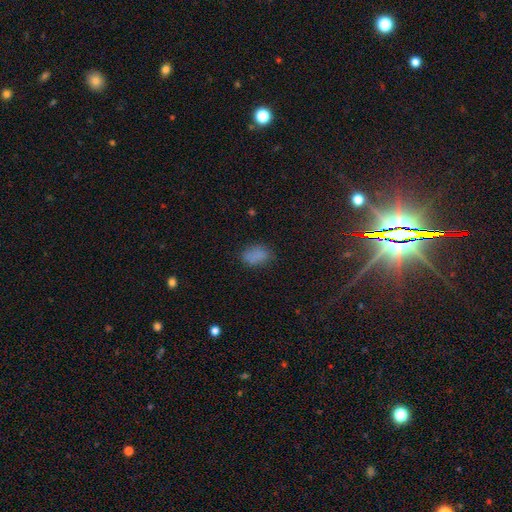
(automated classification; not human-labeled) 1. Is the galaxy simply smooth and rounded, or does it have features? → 79% smooth, 14% star or artifact, 7% featured or disk.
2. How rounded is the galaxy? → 87% in between, 11% round, 2% cigar-shaped.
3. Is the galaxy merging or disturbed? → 69% none, 21% minor disturbance, 7% major disturbance, 3% merger.